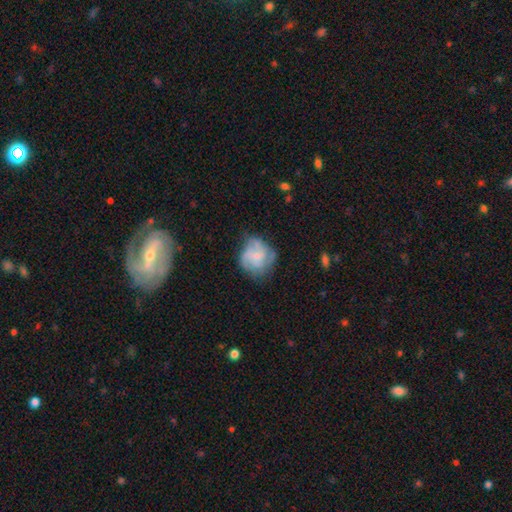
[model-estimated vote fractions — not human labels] A featured or disk galaxy (57%) with no bar (75%), spiral arms (72%) and a small central bulge (59%). Merging: none (57%).